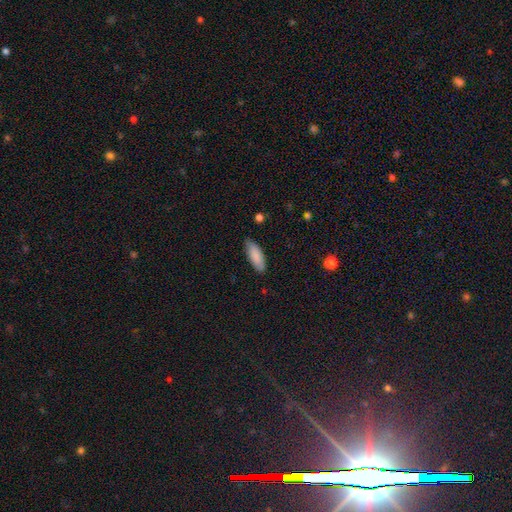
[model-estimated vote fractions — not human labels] Morphology: type=smooth (87%); roundness=in between (70%); merging=none (83%).